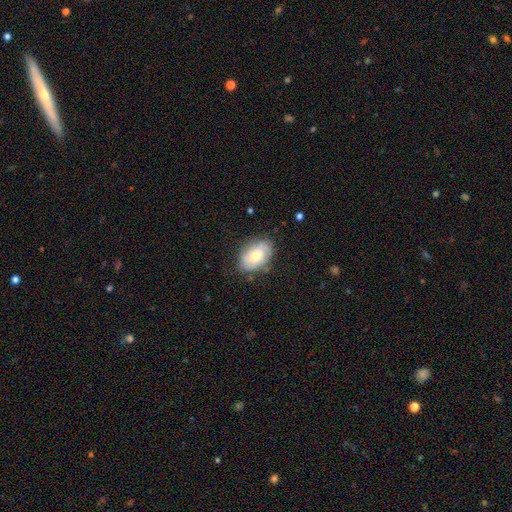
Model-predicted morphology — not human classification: Smooth or featured? smooth (58%)
How rounded? in between (87%)
Merging? none (73%)